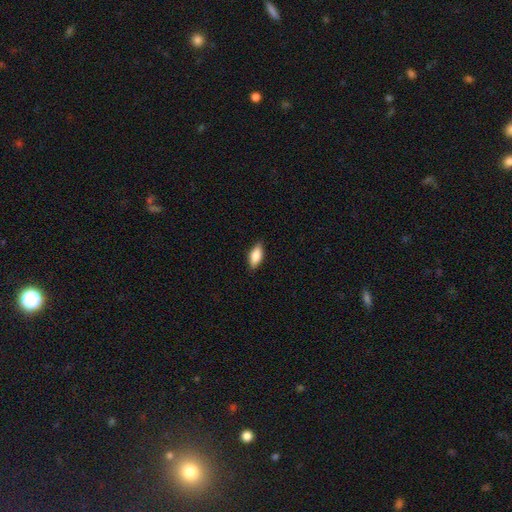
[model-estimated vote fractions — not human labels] Smooth or featured?
  - smooth: 78% *
  - featured or disk: 16%
  - star or artifact: 6%
How rounded?
  - in between: 79% *
  - cigar-shaped: 18%
  - round: 3%
Merging?
  - none: 86% *
  - minor disturbance: 11%
  - major disturbance: 2%
  - merger: 1%